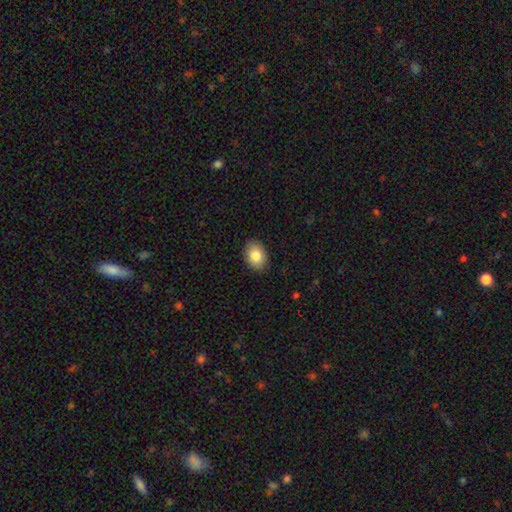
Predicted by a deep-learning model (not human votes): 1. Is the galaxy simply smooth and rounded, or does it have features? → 84% smooth, 8% featured or disk, 8% star or artifact.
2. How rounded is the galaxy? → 80% in between, 19% round, 1% cigar-shaped.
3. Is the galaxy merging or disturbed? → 89% none, 8% minor disturbance, 2% major disturbance, 1% merger.